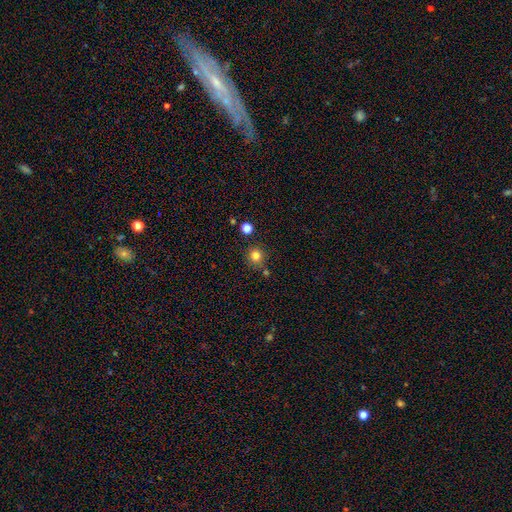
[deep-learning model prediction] This is clearly a smooth galaxy (80%). How rounded: clearly round (91%). Merging: clearly none (82%).